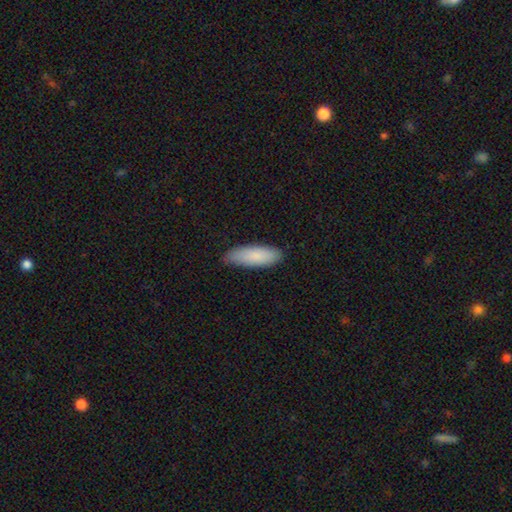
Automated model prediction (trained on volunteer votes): Smooth or featured? smooth (86%)
How rounded? in between (56%)
Merging? none (81%)